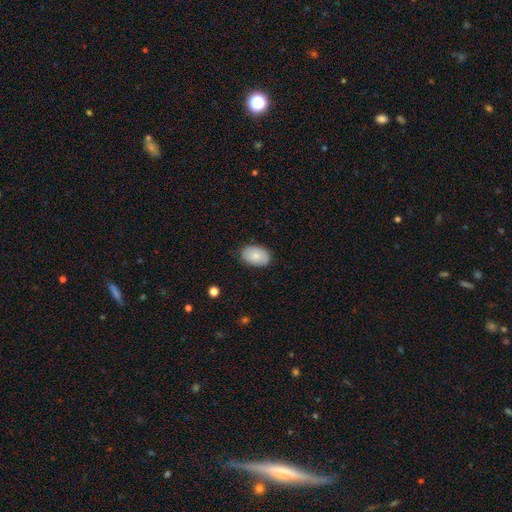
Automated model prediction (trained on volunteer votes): smooth-or-featured: smooth: 80% | featured or disk: 13% | star or artifact: 7%
  how-rounded: in between: 88% | round: 11% | cigar-shaped: 1%
  merging: none: 84% | minor disturbance: 12% | major disturbance: 2% | merger: 1%